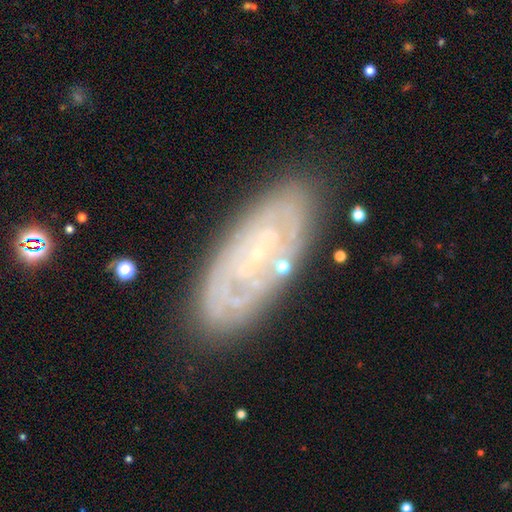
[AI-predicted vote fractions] A featured or disk galaxy (74%) with no bar (71%), tight (71%) spiral arms (78%) and a small central bulge (80%).

Vote fractions:
- Smooth or featured? featured or disk: 74% / smooth: 18% / star or artifact: 8%
- Edge-on disk? no: 91% / yes: 9%
- Bar? no: 71% / weak: 22% / strong: 7%
- Spiral arms? yes: 78% / no: 22%
- Spiral winding? tight: 71% / medium: 22% / loose: 7%
- Spiral arm count? can't tell: 54% / 2: 20% / 3: 10% / 4: 7% / more than 4: 5% / 1: 5%
- Bulge size? small: 80% / moderate: 9% / none: 9% / large: 1% / dominant: 1%
- Merging? none: 80% / minor disturbance: 13% / major disturbance: 4% / merger: 3%